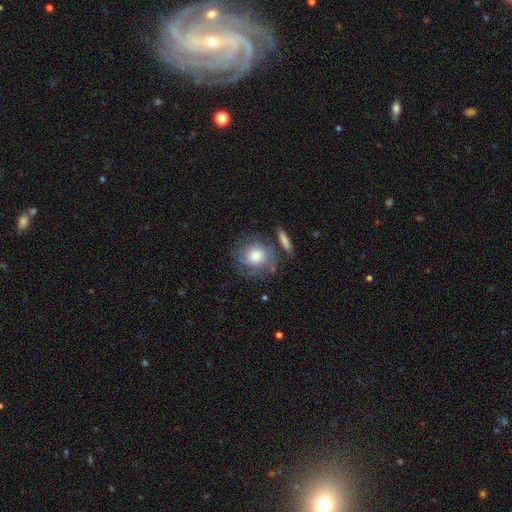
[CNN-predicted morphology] Q: Smooth or featured?
A: smooth (54%); runner-up: featured or disk (38%)
Q: How rounded?
A: round (83%); runner-up: in between (16%)
Q: Merging?
A: none (61%); runner-up: minor disturbance (19%)